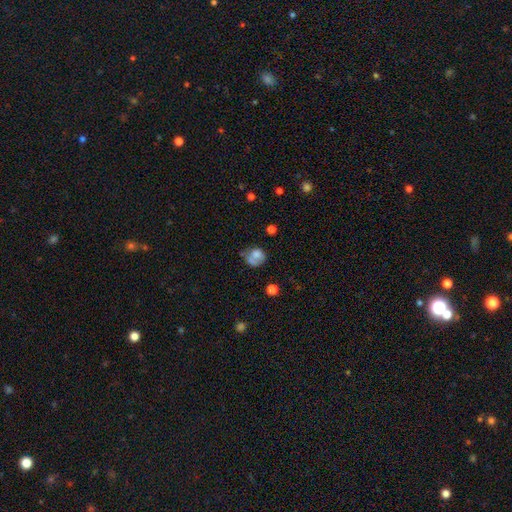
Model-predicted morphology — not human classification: Smooth or featured?
  - smooth: 65% *
  - featured or disk: 24%
  - star or artifact: 11%
How rounded?
  - round: 70% *
  - in between: 29%
  - cigar-shaped: 1%
Merging?
  - none: 40% *
  - minor disturbance: 25%
  - major disturbance: 19%
  - merger: 16%